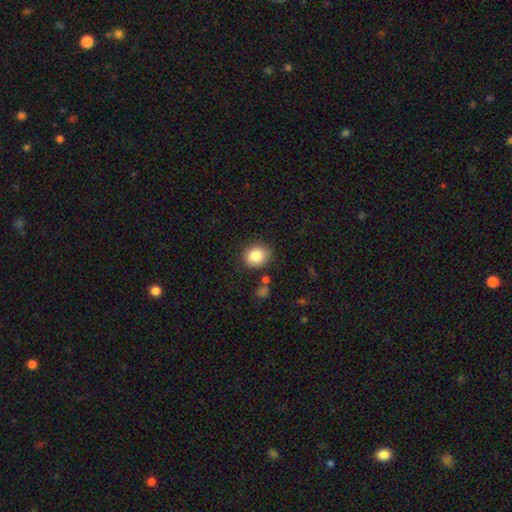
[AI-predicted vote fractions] Smooth or featured: smooth — 85% (star or artifact — 9%)
How rounded: round — 69% (in between — 30%)
Merging: none — 82% (minor disturbance — 11%)